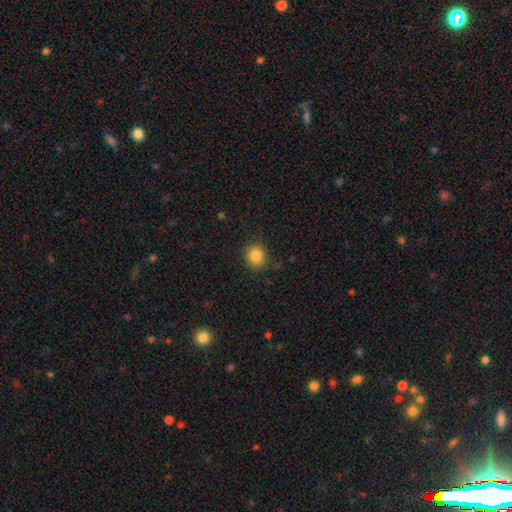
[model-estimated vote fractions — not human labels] A smooth galaxy with no disk features (85%) that is round (82%).

Vote fractions:
- Smooth or featured? smooth: 85% / star or artifact: 10% / featured or disk: 5%
- How rounded? round: 82% / in between: 17% / cigar-shaped: 1%
- Merging? none: 85% / minor disturbance: 11% / major disturbance: 3% / merger: 1%